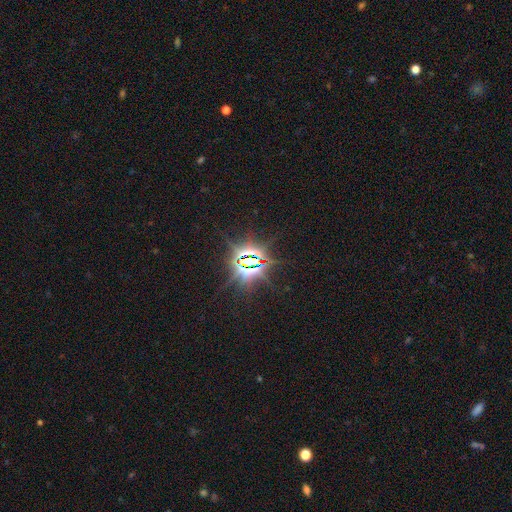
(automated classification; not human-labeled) star or artifact 84%, featured or disk 9%, smooth 7%.